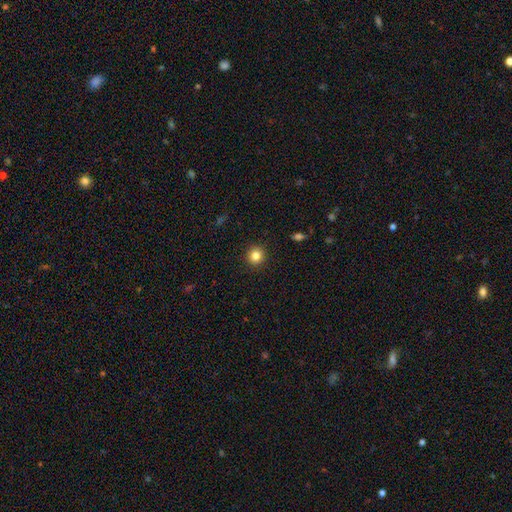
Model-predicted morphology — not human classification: A smooth galaxy with no disk features (83%) that is round (93%). Merging: none (92%).